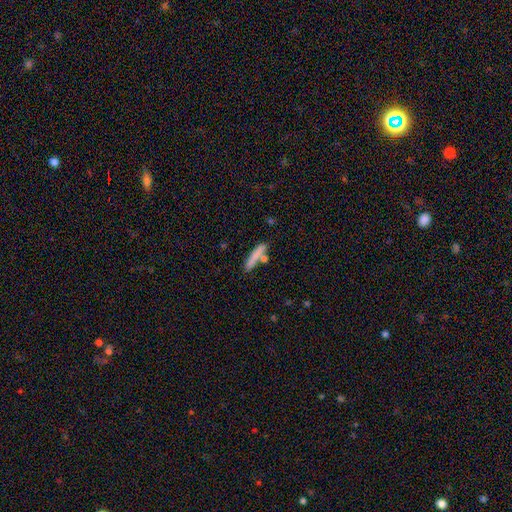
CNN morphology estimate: Q: Smooth or featured?
A: smooth (77%); runner-up: featured or disk (16%)
Q: How rounded?
A: cigar-shaped (88%); runner-up: in between (10%)
Q: Merging?
A: none (71%); runner-up: merger (14%)